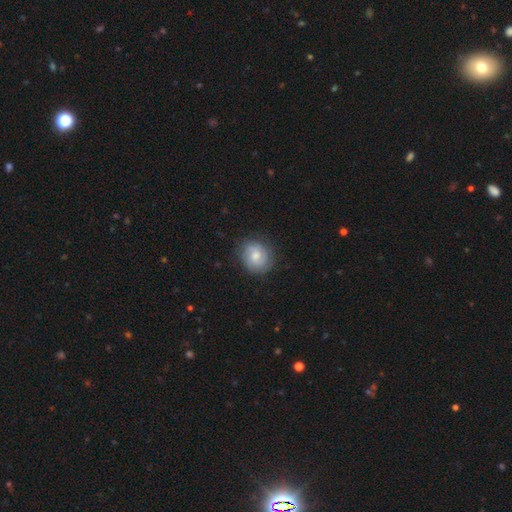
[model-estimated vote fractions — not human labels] smooth_or_featured: featured or disk (p=0.61) [alt: smooth p=0.32]
disk_edge_on: no (p=0.98) [alt: yes p=0.02]
bar: no (p=0.58) [alt: weak p=0.37]
has_spiral_arms: yes (p=0.90) [alt: no p=0.10]
spiral_winding: tight (p=0.57) [alt: medium p=0.33]
spiral_arm_count: 2 (p=0.65) [alt: can't tell p=0.19]
bulge_size: moderate (p=0.58) [alt: small p=0.33]
merging: none (p=0.82) [alt: minor disturbance p=0.13]